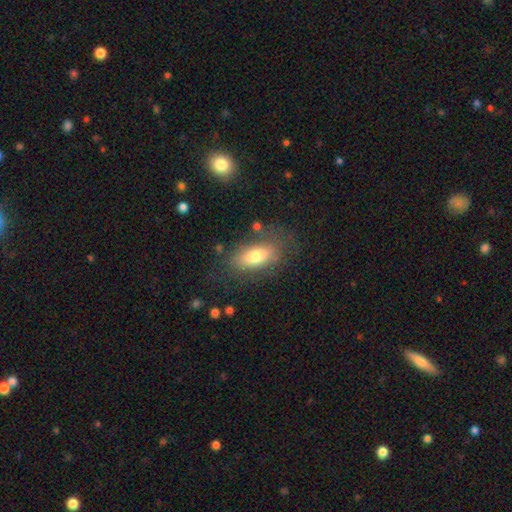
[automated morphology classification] A smooth galaxy with no disk features (70%) that is in between round and cigar-shaped (82%).

Vote fractions:
- Smooth or featured? smooth: 70% / featured or disk: 23% / star or artifact: 8%
- How rounded? in between: 82% / cigar-shaped: 14% / round: 4%
- Merging? none: 70% / minor disturbance: 18% / major disturbance: 9% / merger: 3%